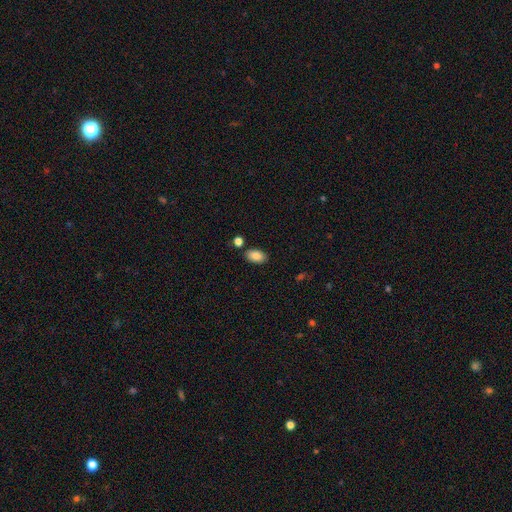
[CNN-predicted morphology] smooth_or_featured: smooth (p=0.85) [alt: star or artifact p=0.08]
how_rounded: in between (p=0.92) [alt: round p=0.06]
merging: none (p=0.83) [alt: minor disturbance p=0.10]